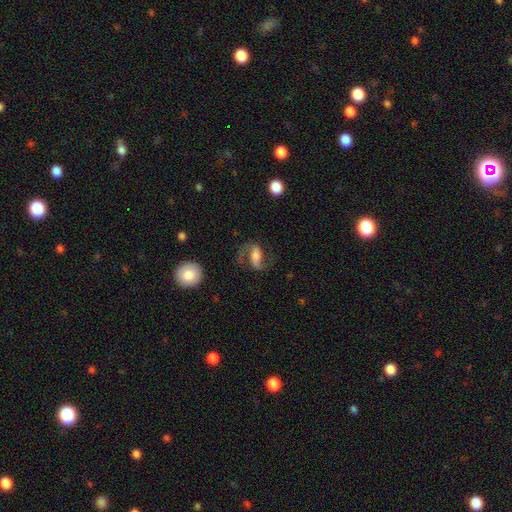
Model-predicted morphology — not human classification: A featured or disk galaxy (76%) with a strong bar (37%, tied with weak), 2 (90%) loose (55%) spiral arms (95%) and a moderate central bulge (41%). Merging: none (64%).